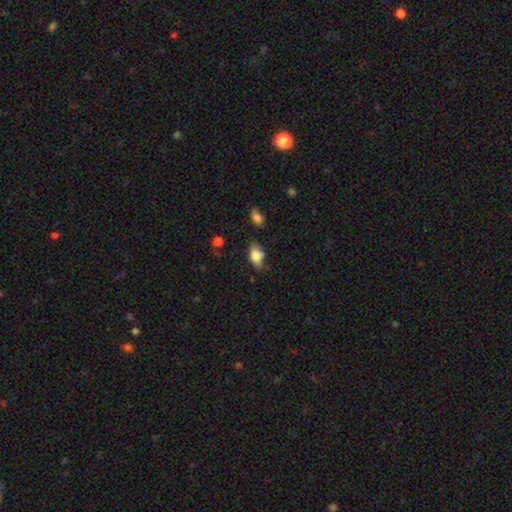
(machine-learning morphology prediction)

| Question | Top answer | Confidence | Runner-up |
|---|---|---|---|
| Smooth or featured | smooth | 77% | featured or disk (15%) |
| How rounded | in between | 85% | round (11%) |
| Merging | none | 64% | minor disturbance (26%) |